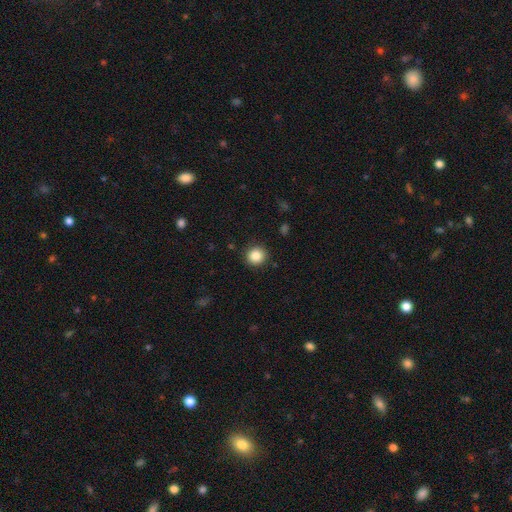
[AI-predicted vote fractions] smooth 86%, star or artifact 10%, featured or disk 4%. Down the decision tree: how rounded — round (92%); merging — none (90%).